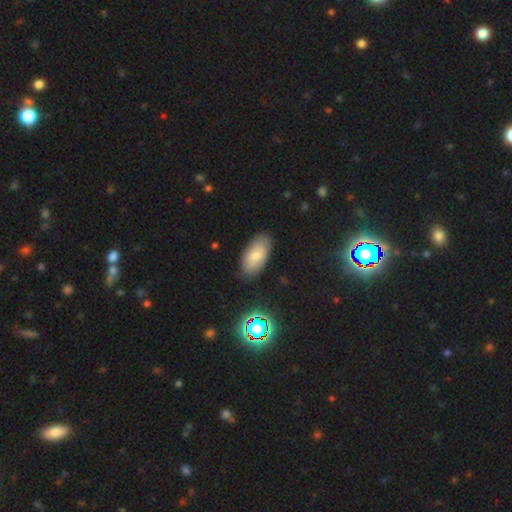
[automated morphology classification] This is likely a smooth galaxy (72%). How rounded: clearly in between (94%). Merging: clearly none (81%).